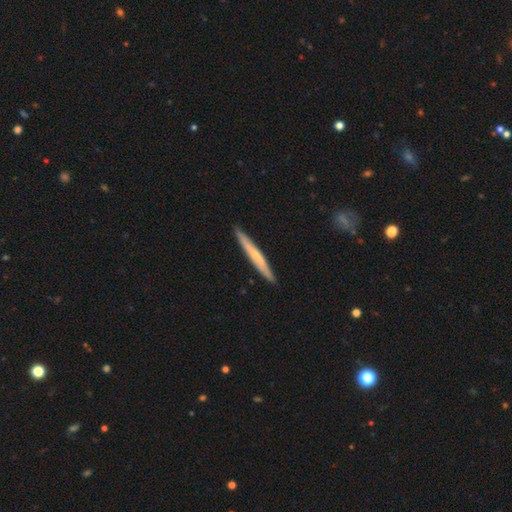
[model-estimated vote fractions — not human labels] Smooth or featured? featured or disk (50%)
Merging? none (91%)